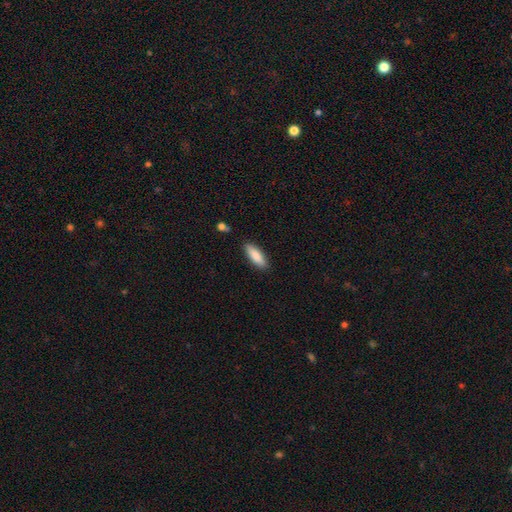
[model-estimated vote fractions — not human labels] Smooth or featured: smooth — 87% (featured or disk — 7%)
How rounded: in between — 57% (cigar-shaped — 42%)
Merging: none — 87% (minor disturbance — 9%)